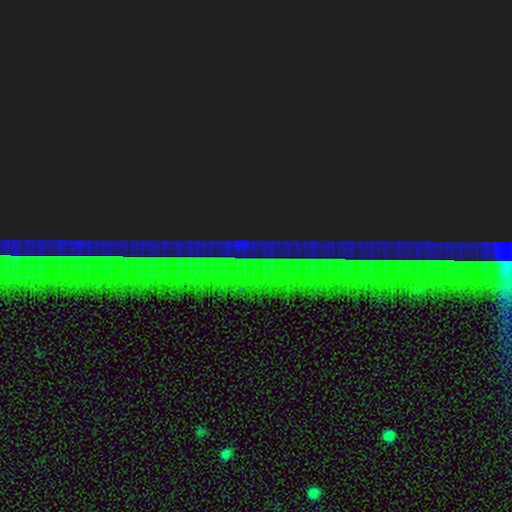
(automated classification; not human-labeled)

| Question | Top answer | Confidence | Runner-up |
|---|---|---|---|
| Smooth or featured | star or artifact | 84% | featured or disk (8%) |